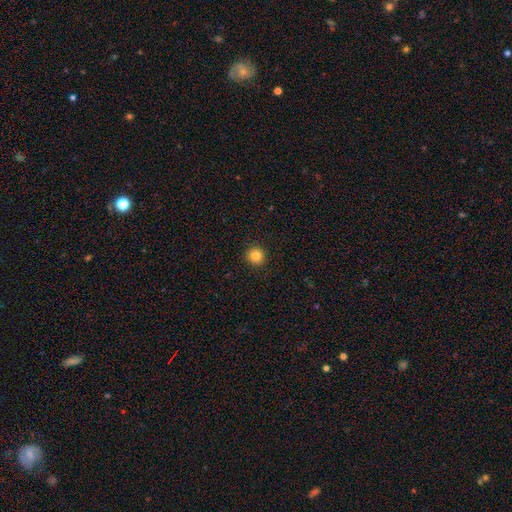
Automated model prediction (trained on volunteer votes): A smooth galaxy with no disk features (84%) that is round (94%).

Vote fractions:
- Smooth or featured? smooth: 84% / star or artifact: 11% / featured or disk: 5%
- How rounded? round: 94% / in between: 5% / cigar-shaped: 1%
- Merging? none: 93% / minor disturbance: 5% / major disturbance: 2% / merger: 1%